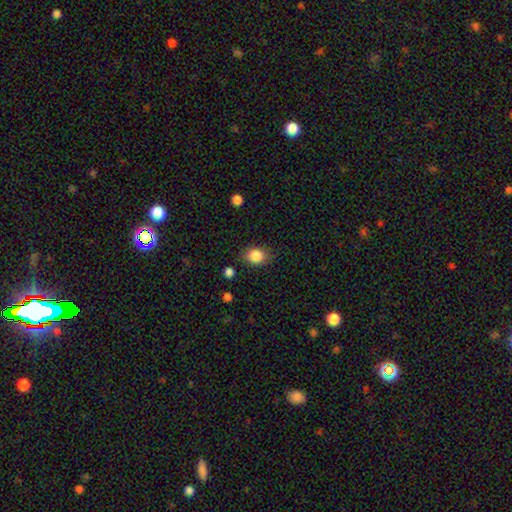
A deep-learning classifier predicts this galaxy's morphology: This appears to be a smooth galaxy with no disk features (86%) that is in between round and cigar-shaped (54%). Merging: none (80%).